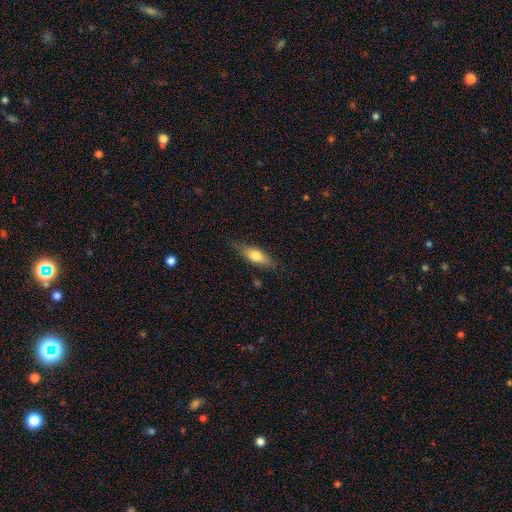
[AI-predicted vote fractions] A smooth galaxy with no disk features (65%) that is in between round and cigar-shaped (62%). Merging: none (76%).